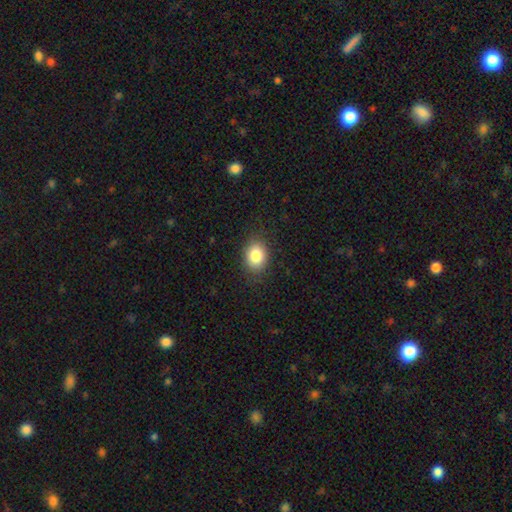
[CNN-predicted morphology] A smooth galaxy with no disk features (84%) that is in between round and cigar-shaped (63%).

Vote fractions:
- Smooth or featured? smooth: 84% / star or artifact: 9% / featured or disk: 7%
- How rounded? in between: 63% / round: 36% / cigar-shaped: 1%
- Merging? none: 86% / minor disturbance: 10% / major disturbance: 3% / merger: 1%